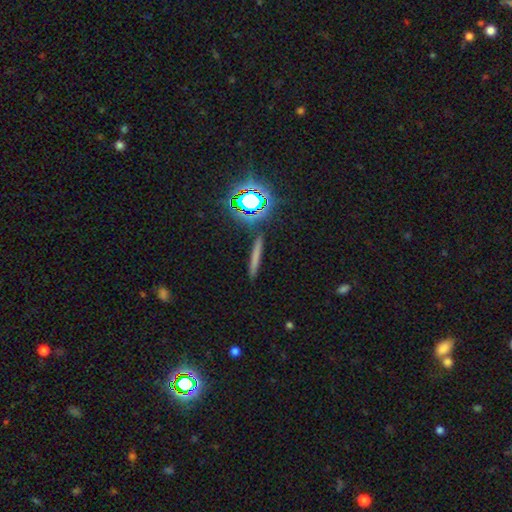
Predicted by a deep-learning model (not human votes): This is likely a smooth galaxy (61%). How rounded: clearly cigar-shaped (91%). Merging: clearly none (88%).